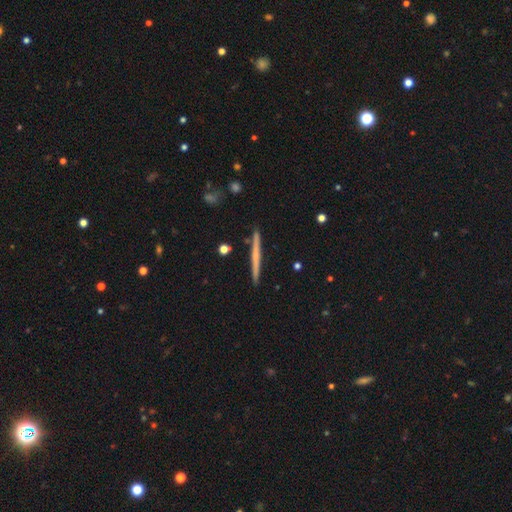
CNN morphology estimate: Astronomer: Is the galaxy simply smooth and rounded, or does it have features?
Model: featured or disk — 53% (runner-up: smooth, 41%).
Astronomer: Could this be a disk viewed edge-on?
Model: yes — 98%.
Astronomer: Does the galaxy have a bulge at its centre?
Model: none — 73%.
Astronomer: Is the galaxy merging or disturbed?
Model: none — 91%.